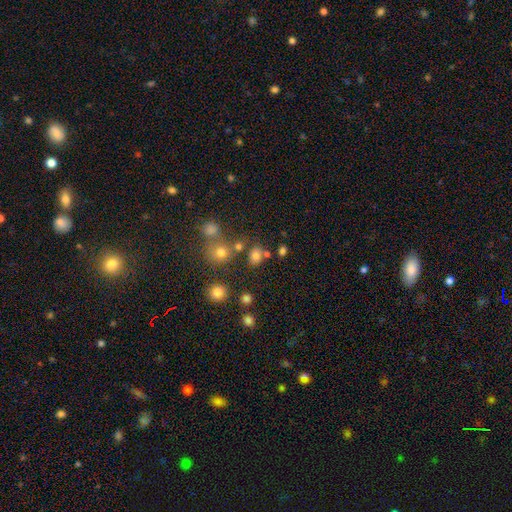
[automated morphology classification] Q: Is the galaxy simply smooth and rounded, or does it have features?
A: smooth — 74%.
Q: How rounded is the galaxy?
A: round — 55%.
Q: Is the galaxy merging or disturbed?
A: none — 69%.